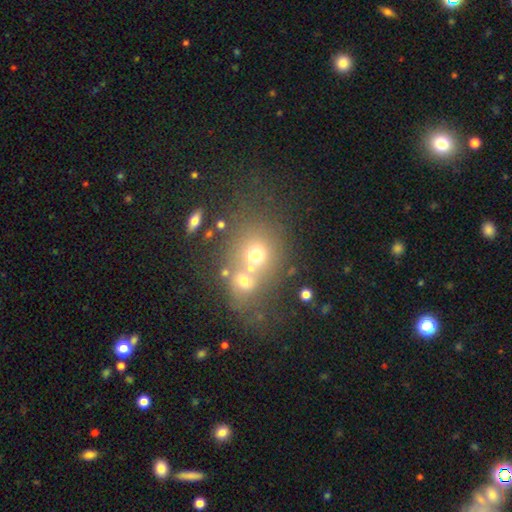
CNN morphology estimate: A smooth galaxy with no disk features (58%) that is round (68%). Merging: merger (57%).